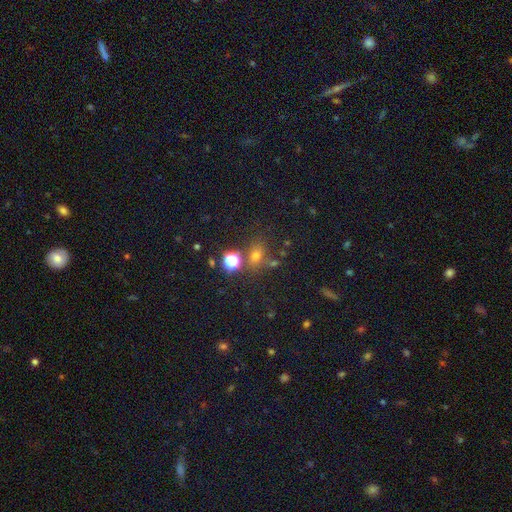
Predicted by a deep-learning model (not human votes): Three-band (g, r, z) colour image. It shows a smooth galaxy with no disk features (60%) that is round (58%). Merging: none (68%).